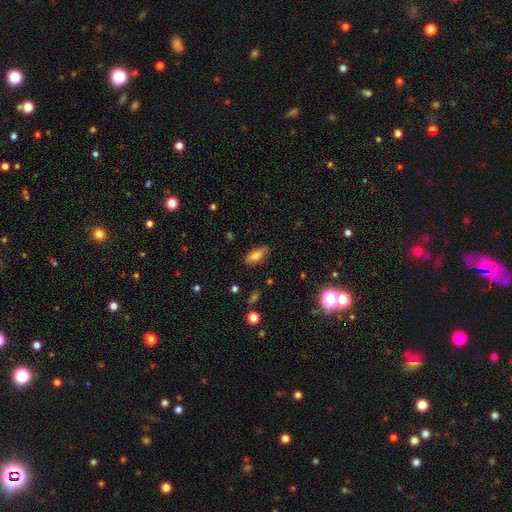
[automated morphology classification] Smooth or featured? Predicted: smooth (p=0.77). How rounded? Predicted: in between (p=0.83). Merging? Predicted: none (p=0.80).